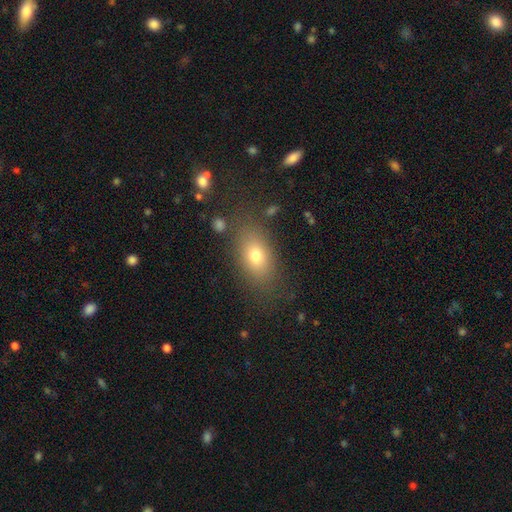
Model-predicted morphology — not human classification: Q: Smooth or featured?
A: smooth (74%); runner-up: featured or disk (15%)
Q: How rounded?
A: in between (81%); runner-up: round (14%)
Q: Merging?
A: none (77%); runner-up: minor disturbance (14%)